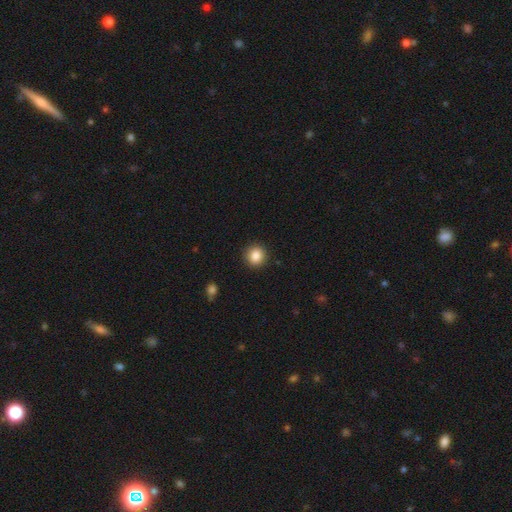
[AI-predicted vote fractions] This appears to be a smooth galaxy with no disk features (86%) that is round (89%). Merging: none (91%).